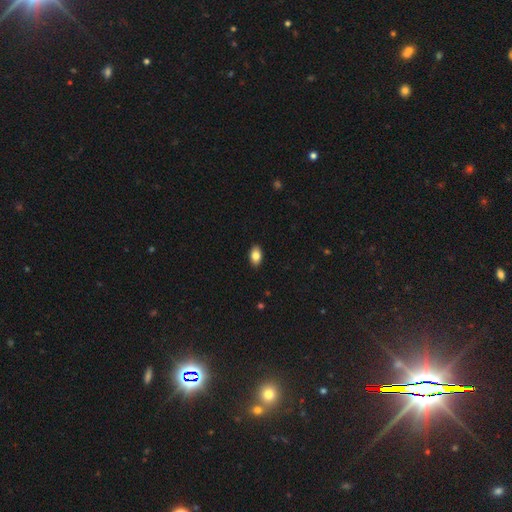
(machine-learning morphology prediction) A smooth galaxy with no disk features (84%) that is in between round and cigar-shaped (91%). Merging: none (89%).